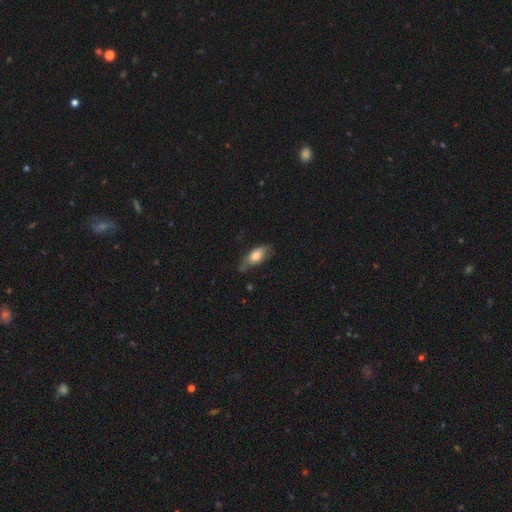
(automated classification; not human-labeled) Smooth or featured? Predicted: smooth (p=0.71). How rounded? Predicted: in between (p=0.82). Merging? Predicted: none (p=0.55).